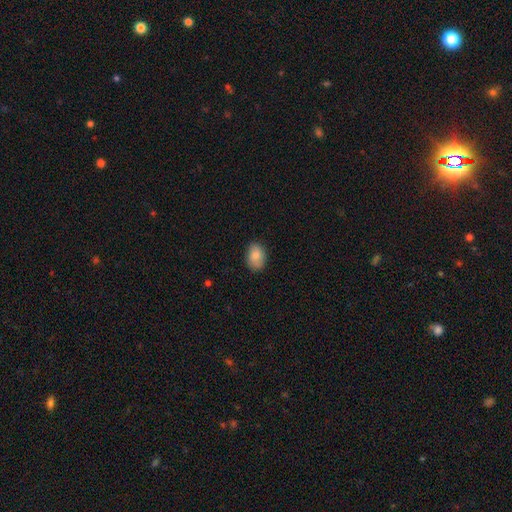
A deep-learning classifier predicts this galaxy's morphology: smooth 84%, featured or disk 9%, star or artifact 7%. Down the decision tree: how rounded — in between (83%); merging — none (84%).